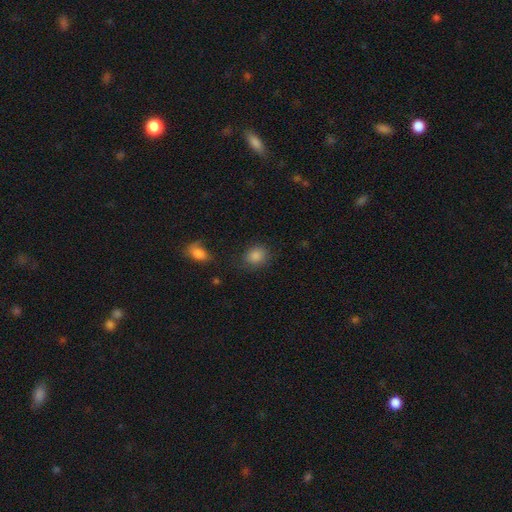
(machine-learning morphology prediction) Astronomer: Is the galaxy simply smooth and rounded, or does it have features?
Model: smooth — 85%.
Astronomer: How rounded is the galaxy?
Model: round — 58% (runner-up: in between, 40%).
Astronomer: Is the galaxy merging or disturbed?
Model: none — 78%.